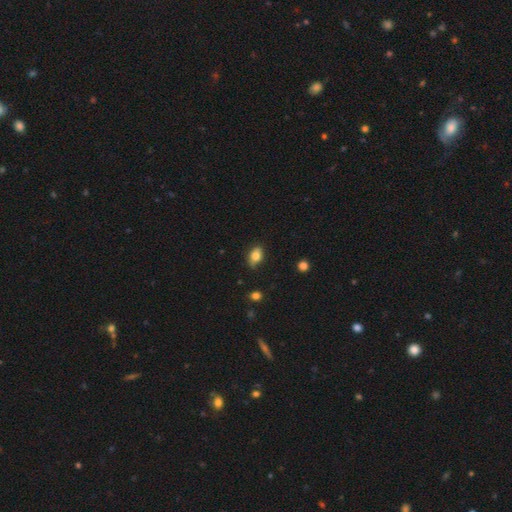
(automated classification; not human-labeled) The model was most divided on "merging": none: 73%, minor disturbance: 21%, major disturbance: 4%, merger: 2%. More confident: how rounded — in between (82%); smooth or featured — smooth (80%).